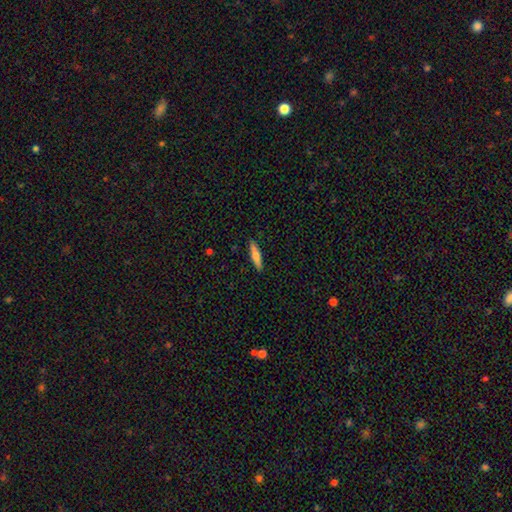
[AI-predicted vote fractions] The model was most divided on "smooth or featured": smooth: 61%, featured or disk: 34%, star or artifact: 6%. More confident: merging — none (91%); how rounded — cigar-shaped (83%).